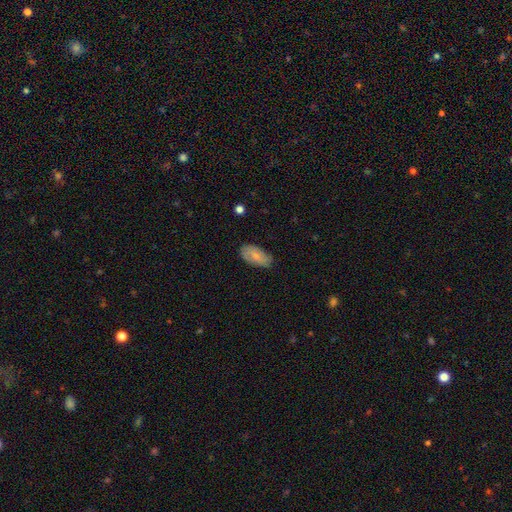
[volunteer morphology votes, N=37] This appears to be a smooth galaxy with no disk features (73%) that is in between round and cigar-shaped (96%). Merging: none (76%).